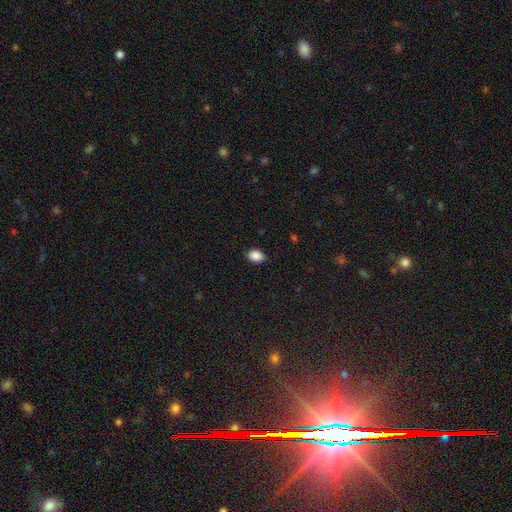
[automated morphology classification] smooth-or-featured: smooth: 88% | star or artifact: 9% | featured or disk: 3%
  how-rounded: in between: 71% | round: 27% | cigar-shaped: 1%
  merging: none: 82% | minor disturbance: 15% | major disturbance: 2% | merger: 1%